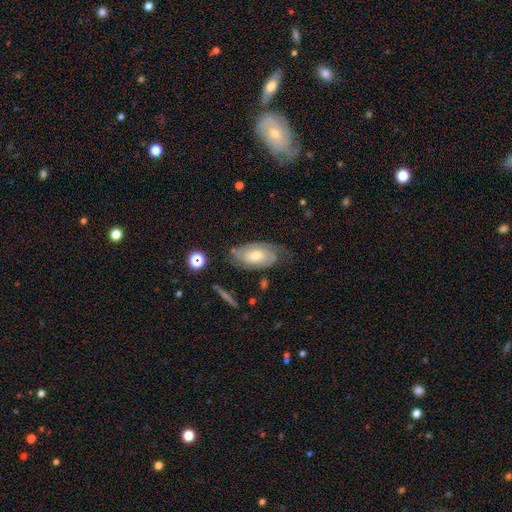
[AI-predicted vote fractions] This appears to be a featured or disk galaxy (74%) with no bar (69%), 2 (60%) tight (59%) spiral arms (91%) and a moderate central bulge (60%). Merging: none (64%).